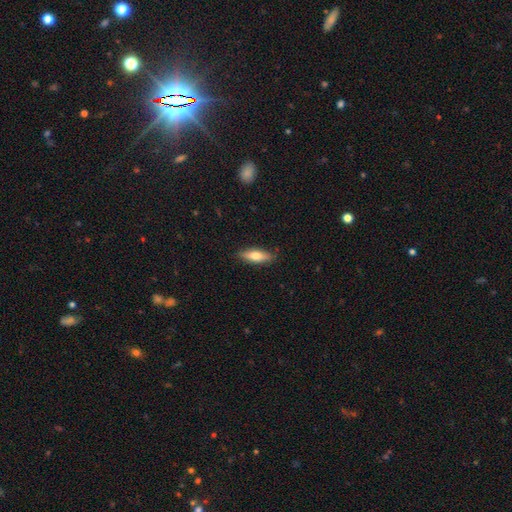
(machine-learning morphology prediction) Q: Smooth or featured?
A: smooth (67%); runner-up: featured or disk (27%)
Q: How rounded?
A: in between (52%); runner-up: cigar-shaped (45%)
Q: Merging?
A: none (86%); runner-up: minor disturbance (11%)